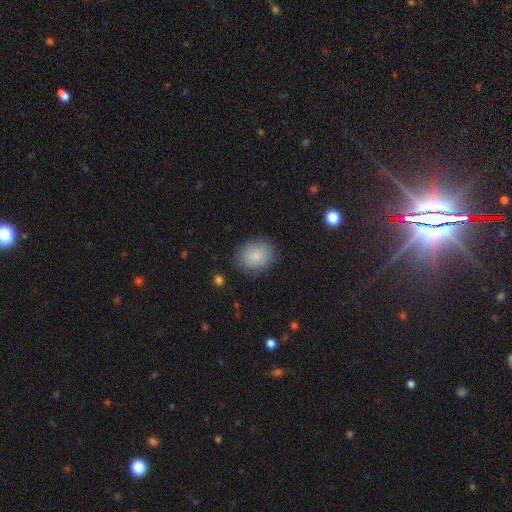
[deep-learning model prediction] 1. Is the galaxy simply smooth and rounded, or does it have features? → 85% smooth, 8% star or artifact, 7% featured or disk.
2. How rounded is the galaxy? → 52% in between, 47% round, 1% cigar-shaped.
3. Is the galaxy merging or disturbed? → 84% none, 12% minor disturbance, 3% major disturbance, 1% merger.